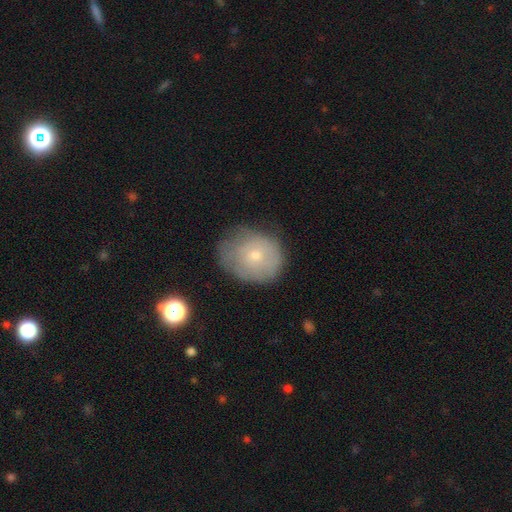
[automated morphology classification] smooth-or-featured: smooth: 62% | featured or disk: 30% | star or artifact: 9%
  how-rounded: round: 66% | in between: 33% | cigar-shaped: 1%
  merging: none: 59% | minor disturbance: 29% | major disturbance: 10% | merger: 2%